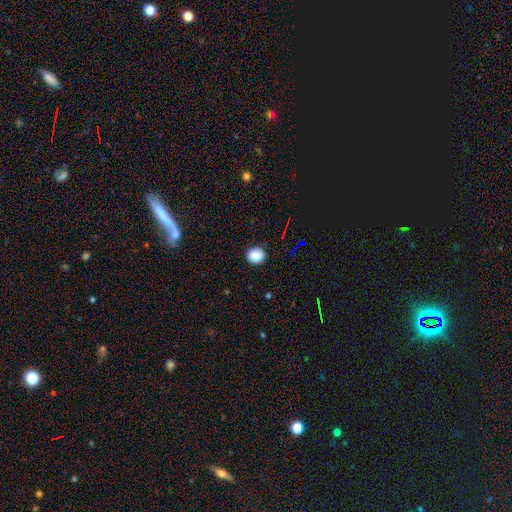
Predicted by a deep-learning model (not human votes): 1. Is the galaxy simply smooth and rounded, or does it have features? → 87% smooth, 10% star or artifact, 4% featured or disk.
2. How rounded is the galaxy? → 75% round, 24% in between, 1% cigar-shaped.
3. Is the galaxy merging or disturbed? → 91% none, 7% minor disturbance, 2% major disturbance, 1% merger.